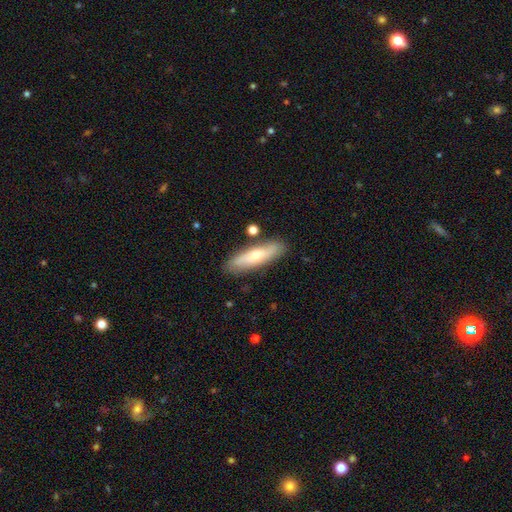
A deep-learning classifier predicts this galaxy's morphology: The model was most divided on "smooth or featured": smooth: 56%, featured or disk: 37%, star or artifact: 6%. More confident: merging — none (84%); how rounded — cigar-shaped (68%).